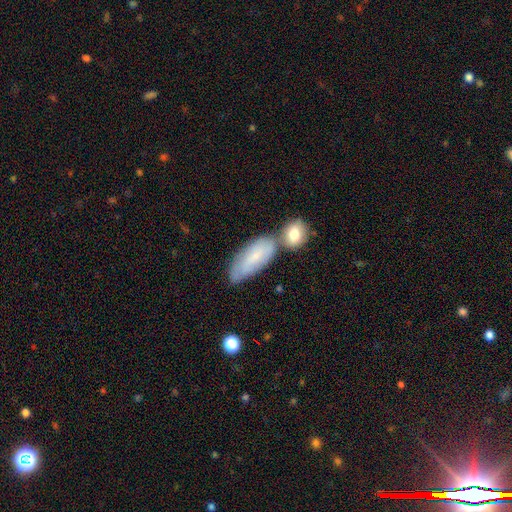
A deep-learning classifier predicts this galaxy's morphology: This appears to be a smooth galaxy with no disk features (56%) that is in between round and cigar-shaped (75%). Merging: none (47%).